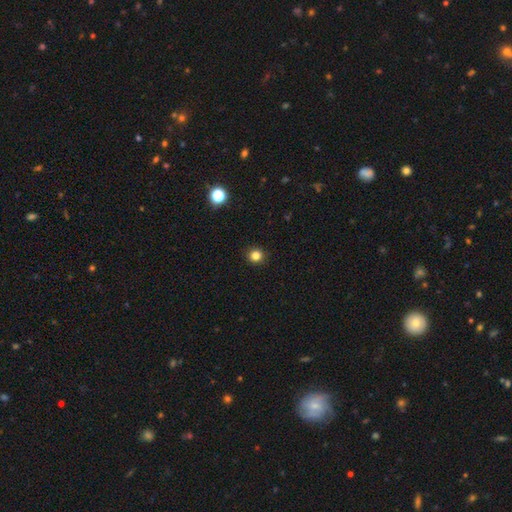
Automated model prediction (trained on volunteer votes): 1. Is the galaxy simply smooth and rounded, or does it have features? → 82% smooth, 14% star or artifact, 4% featured or disk.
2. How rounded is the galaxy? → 93% round, 6% in between, 1% cigar-shaped.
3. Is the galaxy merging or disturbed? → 92% none, 5% minor disturbance, 2% major disturbance, 1% merger.